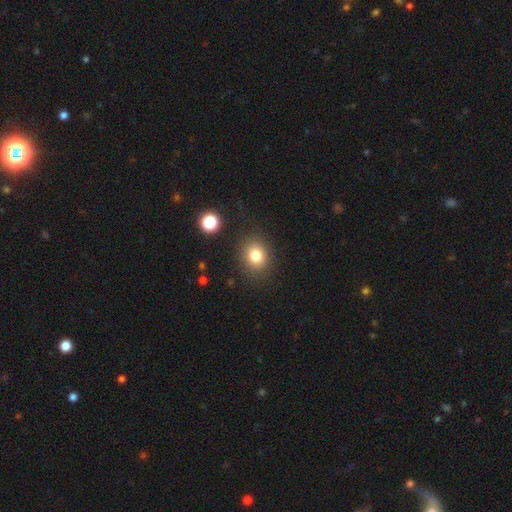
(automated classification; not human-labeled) Smooth or featured? Predicted: smooth (p=0.80). How rounded? Predicted: round (p=0.65). Merging? Predicted: none (p=0.86).